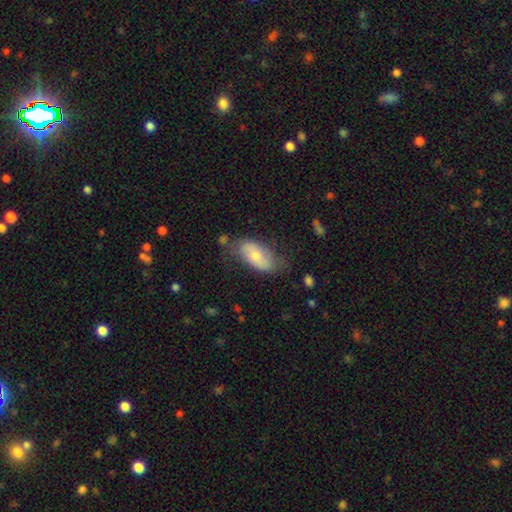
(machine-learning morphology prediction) smooth_or_featured: smooth (p=0.58) [alt: featured or disk p=0.35]
how_rounded: in between (p=0.91) [alt: cigar-shaped p=0.05]
merging: none (p=0.58) [alt: minor disturbance p=0.28]